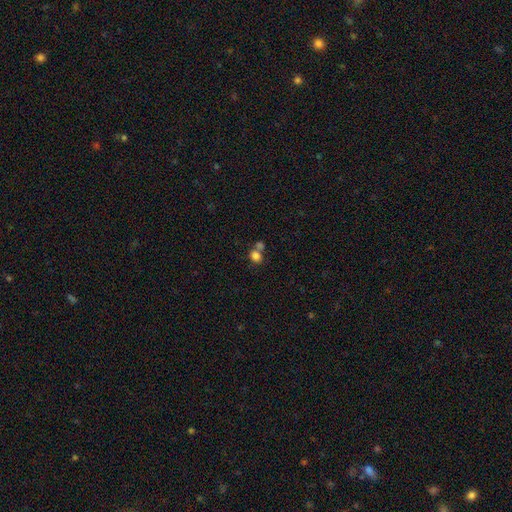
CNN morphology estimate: Smooth or featured?
  - smooth: 80% *
  - star or artifact: 12%
  - featured or disk: 8%
How rounded?
  - round: 64% *
  - in between: 35%
  - cigar-shaped: 1%
Merging?
  - none: 47% *
  - merger: 40%
  - minor disturbance: 9%
  - major disturbance: 4%